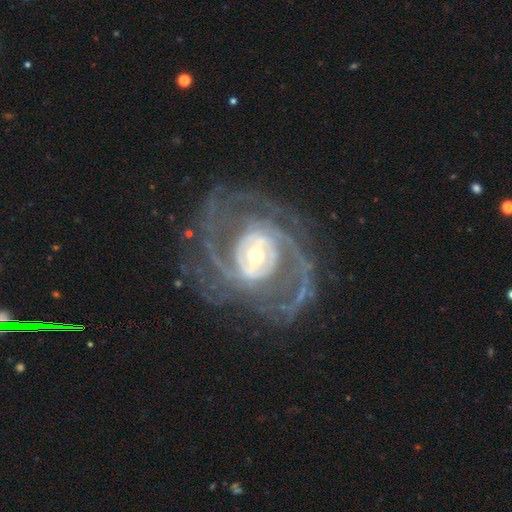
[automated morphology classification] The model was most divided on "bar": strong: 41%, weak: 39%, no: 20%. Remaining: edge-on disk — no (97%); spiral arms — yes (96%); smooth or featured — featured or disk (90%); merging — none (68%); bulge size — moderate (52%); spiral winding — tight (45%); spiral arm count — 2 (42%).